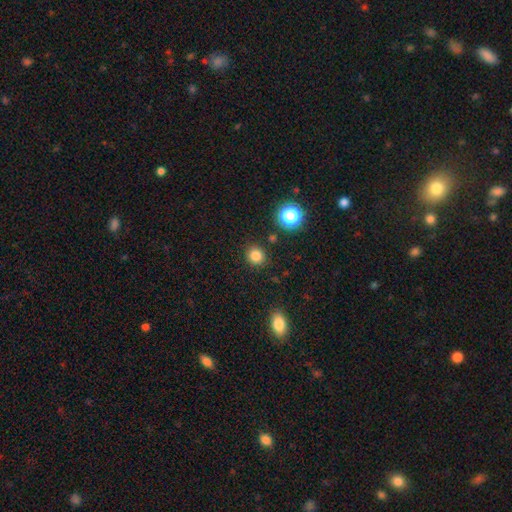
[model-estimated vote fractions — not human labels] This appears to be a smooth galaxy with no disk features (82%) that is round (89%). Merging: none (88%).